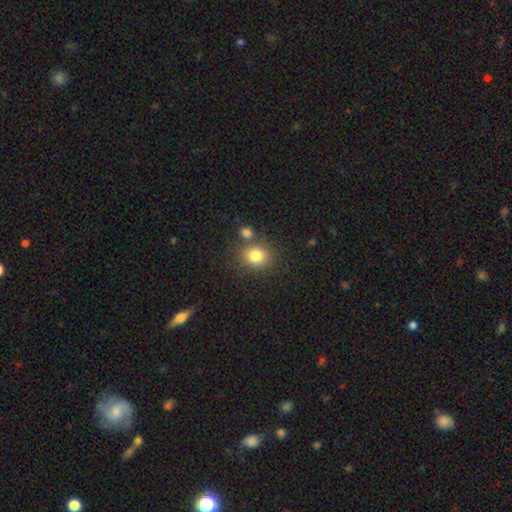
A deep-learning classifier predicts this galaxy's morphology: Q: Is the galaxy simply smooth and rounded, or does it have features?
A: smooth — 81%.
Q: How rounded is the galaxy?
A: round — 72%.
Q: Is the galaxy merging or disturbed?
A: none — 66%.